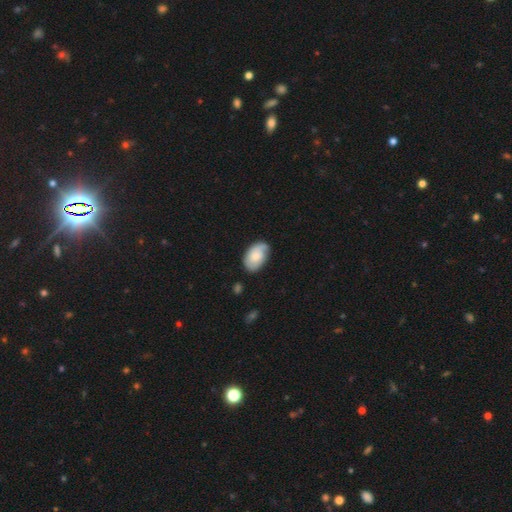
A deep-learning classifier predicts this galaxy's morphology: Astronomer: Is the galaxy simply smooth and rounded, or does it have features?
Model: smooth — 52% (runner-up: featured or disk, 41%).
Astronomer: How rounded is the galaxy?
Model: in between — 89%.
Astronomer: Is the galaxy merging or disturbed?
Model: none — 61%.